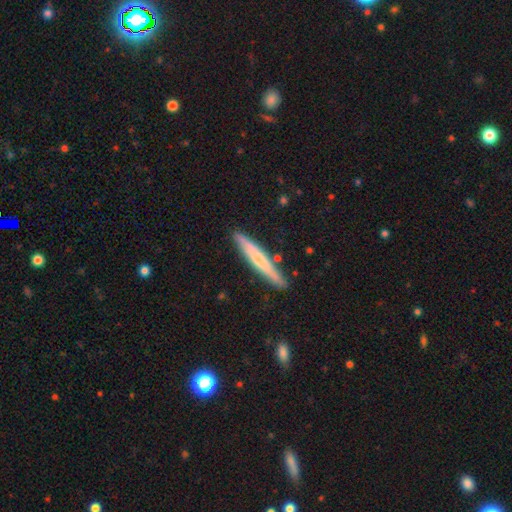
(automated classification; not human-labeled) smooth 58%, featured or disk 37%, star or artifact 5%. Down the decision tree: how rounded — cigar-shaped (95%); merging — none (86%).